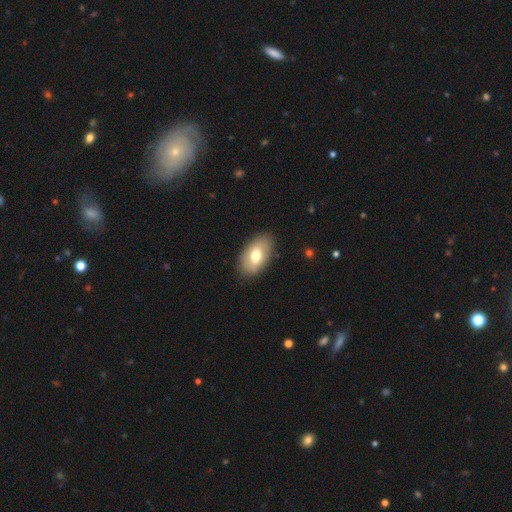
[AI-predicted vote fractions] Overall: smooth (71%). How rounded: in between (93%). Merging: none (85%).